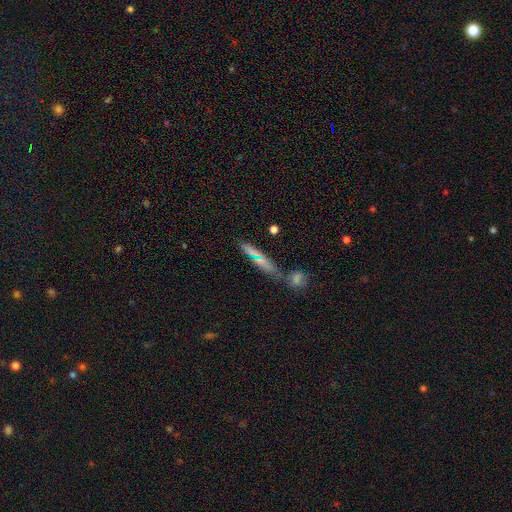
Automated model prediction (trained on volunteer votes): smooth_or_featured: featured or disk (p=0.42) [tied with: smooth p=0.42]
merging: none (p=0.57) [alt: merger p=0.25]